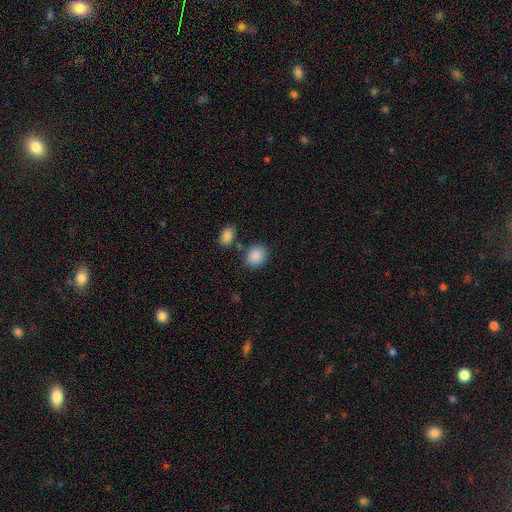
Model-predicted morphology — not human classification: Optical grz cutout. It shows a smooth galaxy with no disk features (89%) that is in between round and cigar-shaped (57%). Merging: none (75%).